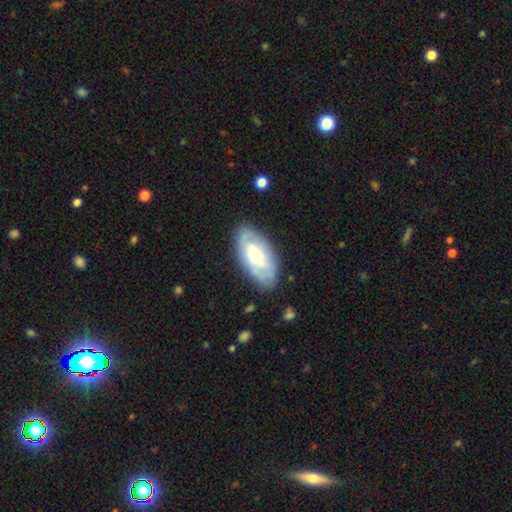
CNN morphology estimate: Smooth or featured?
  - smooth: 48% *
  - featured or disk: 46%
  - star or artifact: 6%
Merging?
  - none: 76% *
  - minor disturbance: 18%
  - major disturbance: 5%
  - merger: 2%